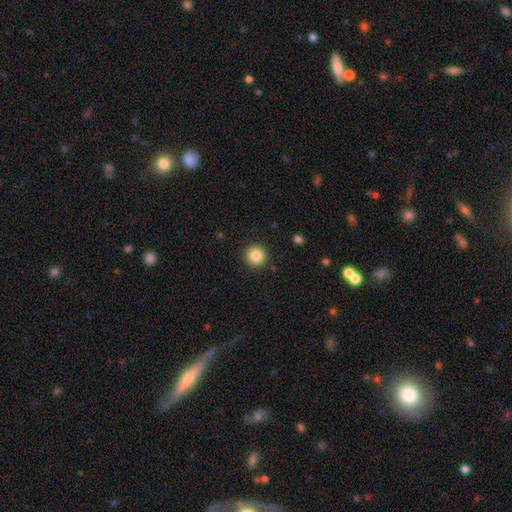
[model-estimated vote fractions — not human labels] smooth_or_featured: smooth (p=0.84) [alt: star or artifact p=0.10]
how_rounded: round (p=0.96) [alt: in between p=0.03]
merging: none (p=0.92) [alt: minor disturbance p=0.05]